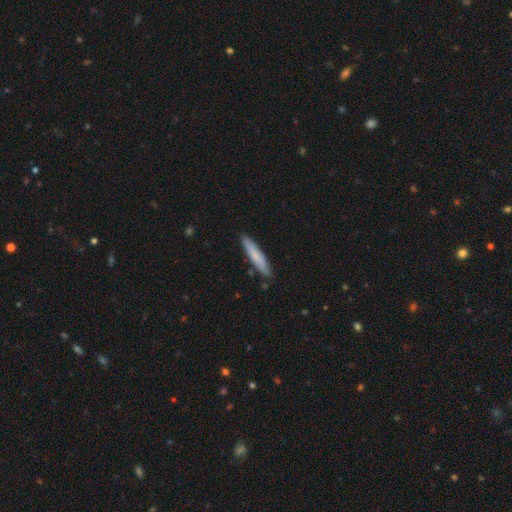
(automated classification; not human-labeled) smooth-or-featured: smooth: 73% | featured or disk: 22% | star or artifact: 5%
  how-rounded: cigar-shaped: 91% | in between: 8% | round: 1%
  merging: none: 86% | minor disturbance: 10% | merger: 2% | major disturbance: 2%